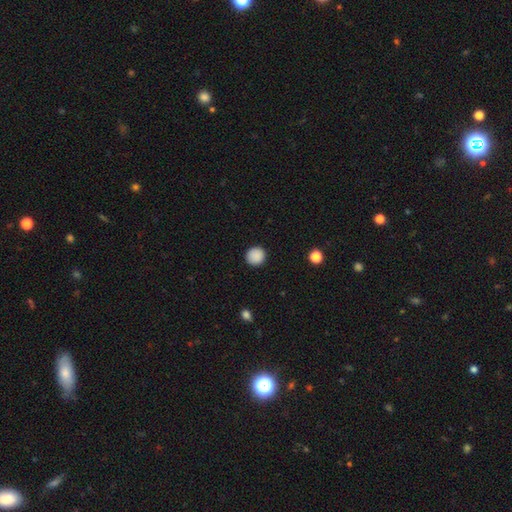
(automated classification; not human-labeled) Smooth or featured? smooth (89%)
How rounded? round (94%)
Merging? none (92%)